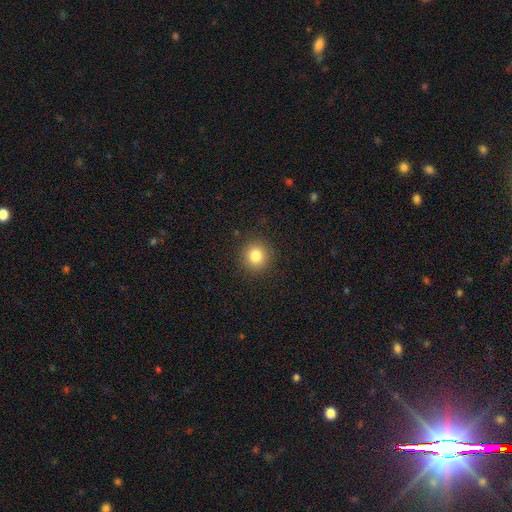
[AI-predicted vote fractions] This is clearly a smooth galaxy (83%). How rounded: clearly round (91%). Merging: clearly none (91%).